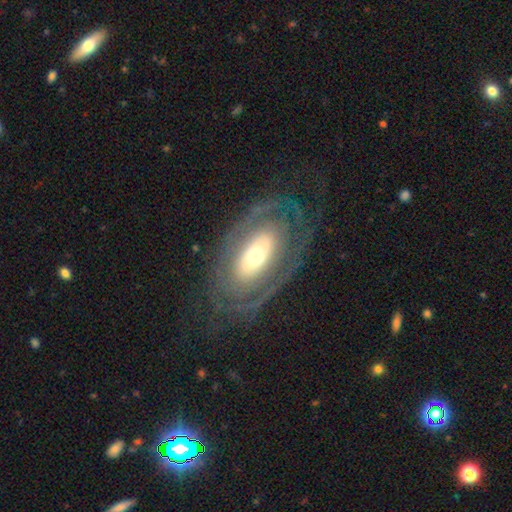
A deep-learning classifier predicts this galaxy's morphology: type=featured or disk (75%); edge-on=no (92%); bar=no (66%); spiral arms=yes (69%); bulge=moderate (53%); merging=none (70%).